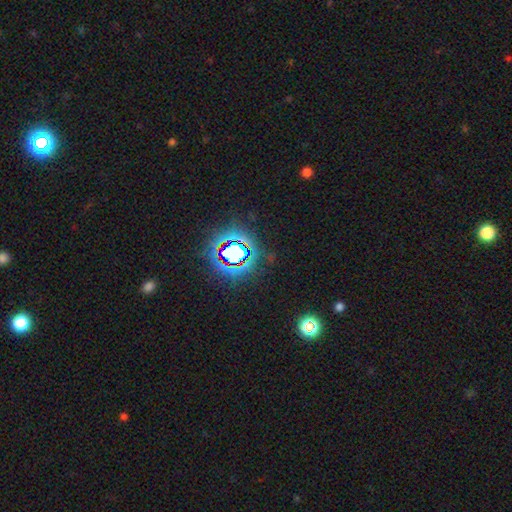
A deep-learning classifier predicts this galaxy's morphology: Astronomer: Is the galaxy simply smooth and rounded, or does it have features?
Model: star or artifact — 77%.